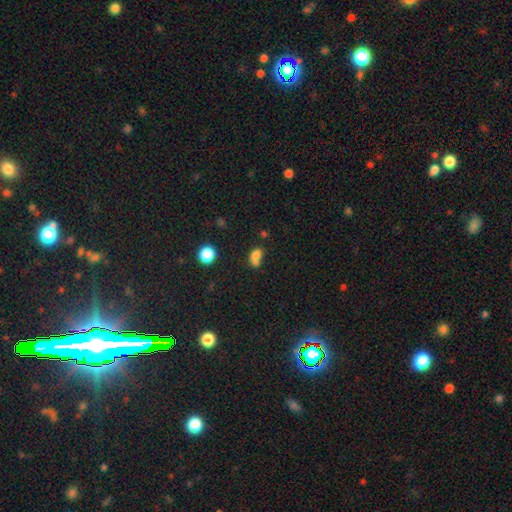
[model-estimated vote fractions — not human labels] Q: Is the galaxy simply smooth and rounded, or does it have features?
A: smooth — 74%.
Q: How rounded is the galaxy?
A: in between — 60%.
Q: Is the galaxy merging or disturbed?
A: merger — 45%.